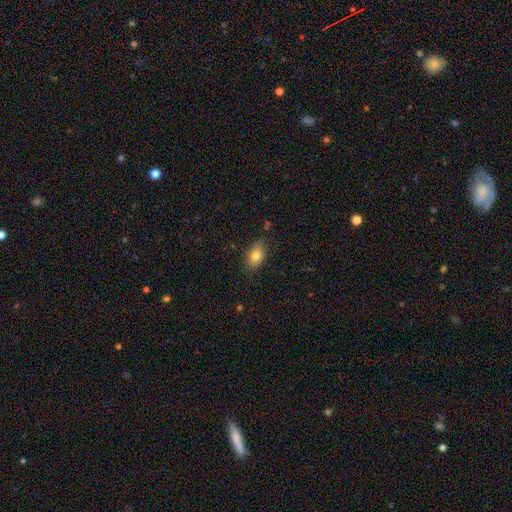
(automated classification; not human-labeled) Smooth or featured: smooth — 79% (featured or disk — 12%)
How rounded: in between — 88% (round — 8%)
Merging: none — 84% (minor disturbance — 12%)